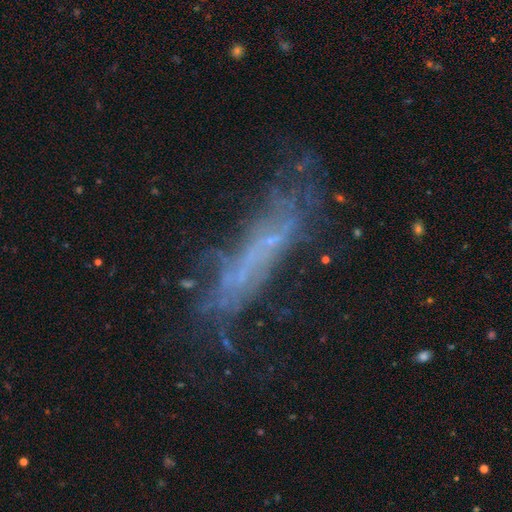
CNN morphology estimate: smooth_or_featured: featured or disk (p=0.53) [alt: smooth p=0.30]
disk_edge_on: no (p=0.58) [alt: yes p=0.42]
merging: none (p=0.54) [alt: minor disturbance p=0.22]